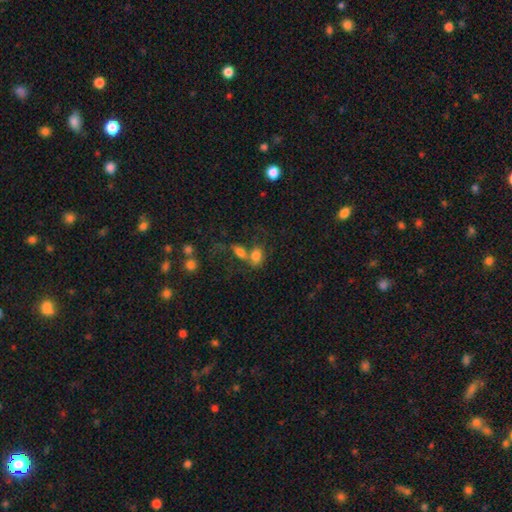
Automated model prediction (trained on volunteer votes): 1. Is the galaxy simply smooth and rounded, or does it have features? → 74% smooth, 14% featured or disk, 12% star or artifact.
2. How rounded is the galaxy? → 79% in between, 18% round, 3% cigar-shaped.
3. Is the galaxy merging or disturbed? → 55% merger, 27% none, 10% minor disturbance, 8% major disturbance.